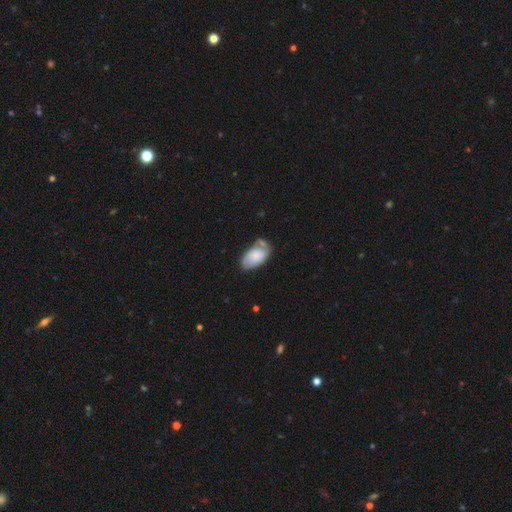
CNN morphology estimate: Overall: smooth (74%). How rounded: in between (95%). Merging: none (49%; minor disturbance 27%).